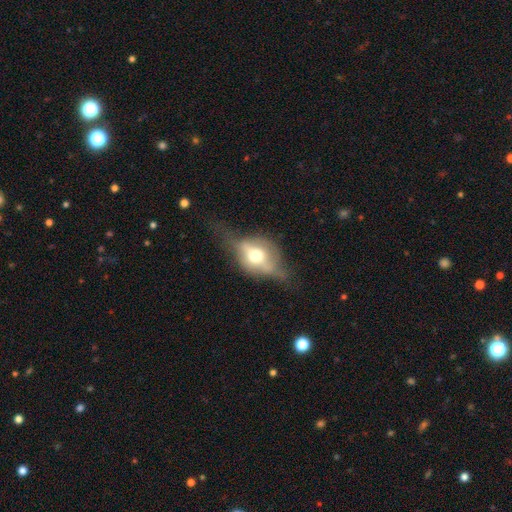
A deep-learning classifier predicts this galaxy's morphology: smooth-or-featured: featured or disk: 50% | smooth: 41% | star or artifact: 9%
  disk-edge-on: yes: 57% | no: 43%
  merging: none: 40% | major disturbance: 29% | minor disturbance: 28% | merger: 3%